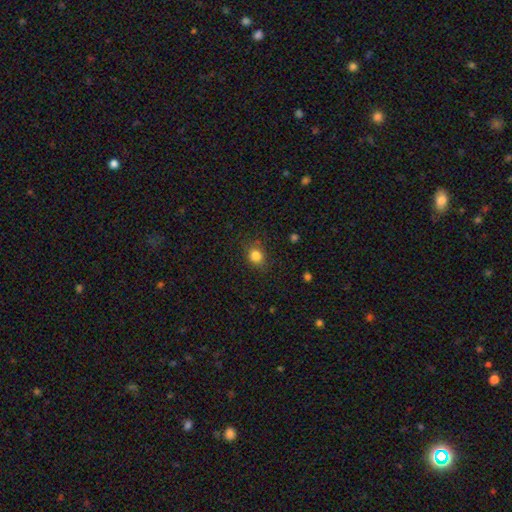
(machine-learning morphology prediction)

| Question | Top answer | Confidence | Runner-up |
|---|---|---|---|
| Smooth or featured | smooth | 83% | star or artifact (12%) |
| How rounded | round | 70% | in between (29%) |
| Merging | none | 81% | minor disturbance (14%) |